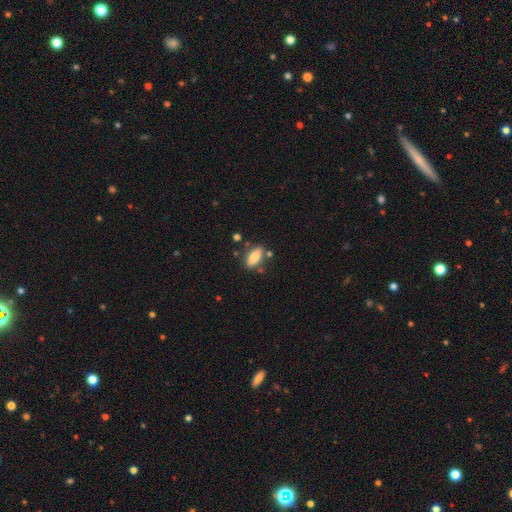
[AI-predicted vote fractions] Morphology: type=smooth (81%); roundness=in between (72%); merging=none (77%).